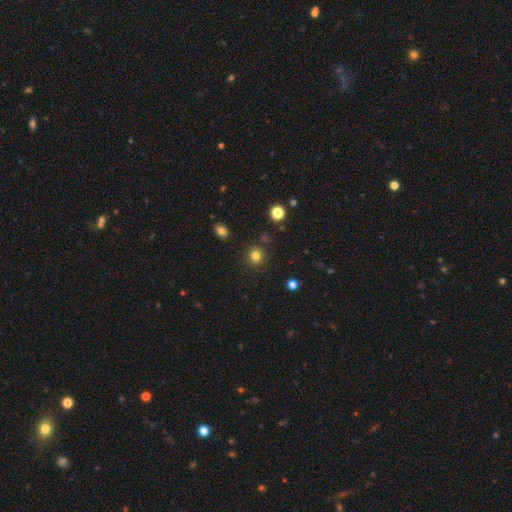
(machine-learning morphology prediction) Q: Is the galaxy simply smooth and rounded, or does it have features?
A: smooth — 81%.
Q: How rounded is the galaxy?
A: round — 91%.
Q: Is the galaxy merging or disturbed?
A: none — 87%.